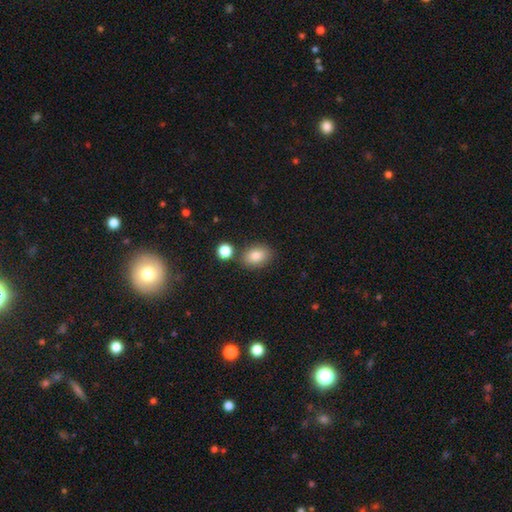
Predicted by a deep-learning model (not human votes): Q: Smooth or featured?
A: smooth (84%); runner-up: star or artifact (8%)
Q: How rounded?
A: in between (80%); runner-up: round (19%)
Q: Merging?
A: none (77%); runner-up: minor disturbance (12%)